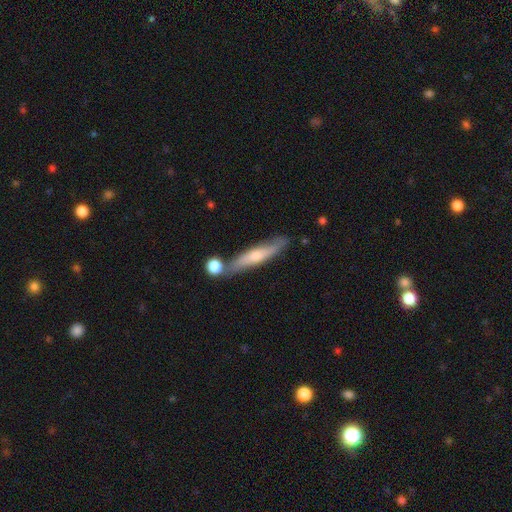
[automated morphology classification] Smooth or featured? Predicted: featured or disk (p=0.49). Merging? Predicted: none (p=0.71).